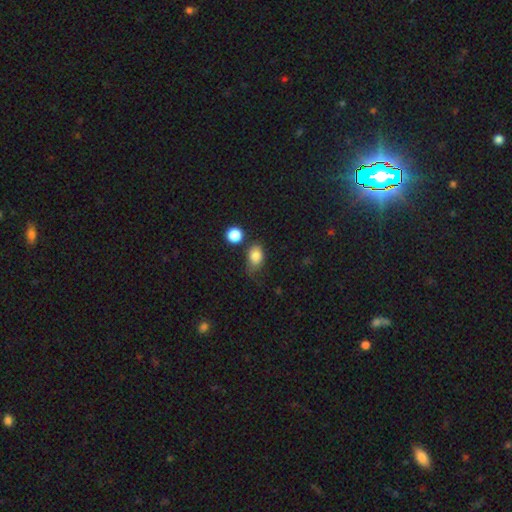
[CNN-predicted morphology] smooth_or_featured: smooth (p=0.84) [alt: star or artifact p=0.10]
how_rounded: in between (p=0.74) [alt: round p=0.24]
merging: none (p=0.53) [alt: minor disturbance p=0.29]